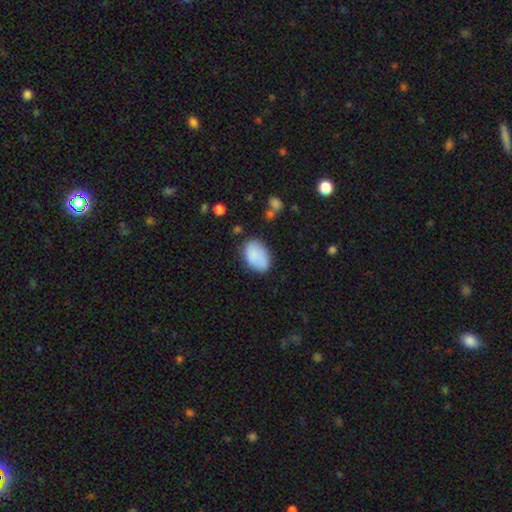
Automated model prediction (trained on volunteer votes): smooth_or_featured: smooth (p=0.84) [alt: featured or disk p=0.09]
how_rounded: in between (p=0.87) [alt: round p=0.12]
merging: none (p=0.71) [alt: minor disturbance p=0.20]